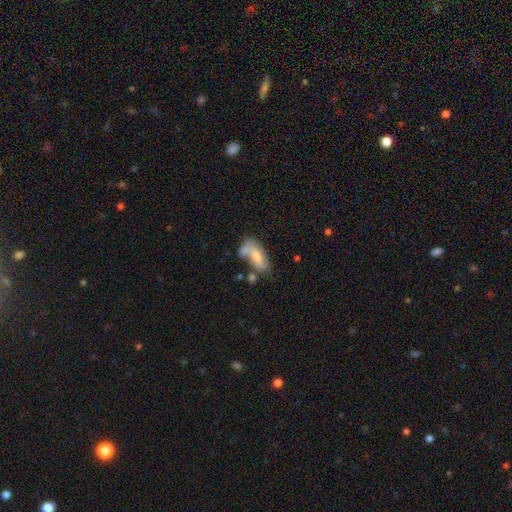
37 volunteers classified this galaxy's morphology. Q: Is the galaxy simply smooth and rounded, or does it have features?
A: smooth — 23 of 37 (62%).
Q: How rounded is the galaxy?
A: in between — 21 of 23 (91%).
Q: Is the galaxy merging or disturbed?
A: none — 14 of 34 (41%).